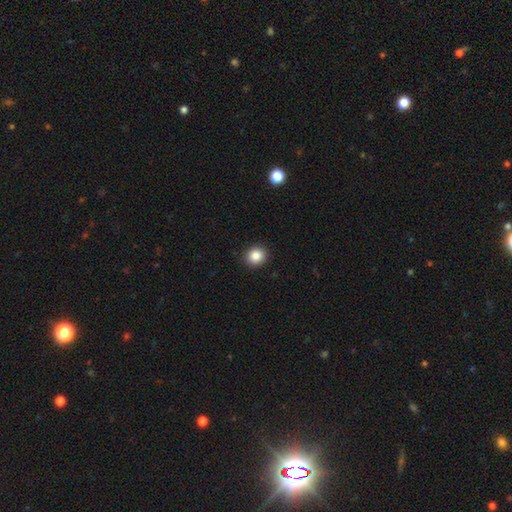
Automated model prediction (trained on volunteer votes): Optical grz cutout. It shows a smooth galaxy with no disk features (86%) that is round (82%). Merging: none (92%).